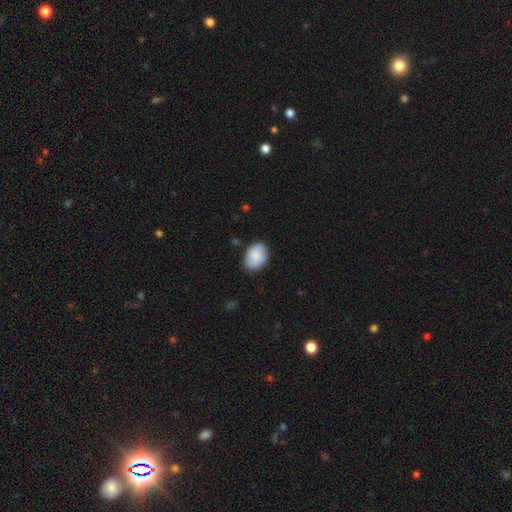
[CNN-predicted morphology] Q: Smooth or featured?
A: smooth (76%); runner-up: featured or disk (17%)
Q: How rounded?
A: in between (74%); runner-up: round (25%)
Q: Merging?
A: none (77%); runner-up: minor disturbance (18%)